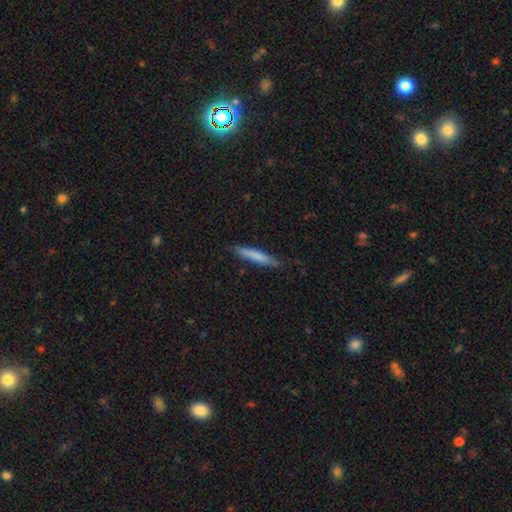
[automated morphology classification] smooth_or_featured: smooth (p=0.73) [alt: featured or disk p=0.21]
how_rounded: cigar-shaped (p=0.93) [alt: in between p=0.06]
merging: none (p=0.85) [alt: minor disturbance p=0.12]